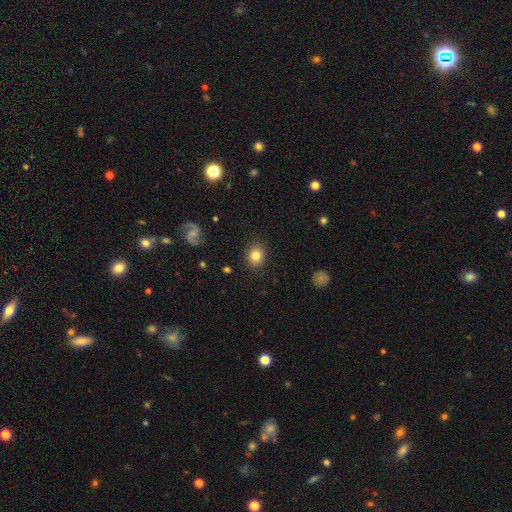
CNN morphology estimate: The model was most divided on "how rounded": round: 67%, in between: 32%, cigar-shaped: 1%. More confident: merging — none (87%); smooth or featured — smooth (80%).